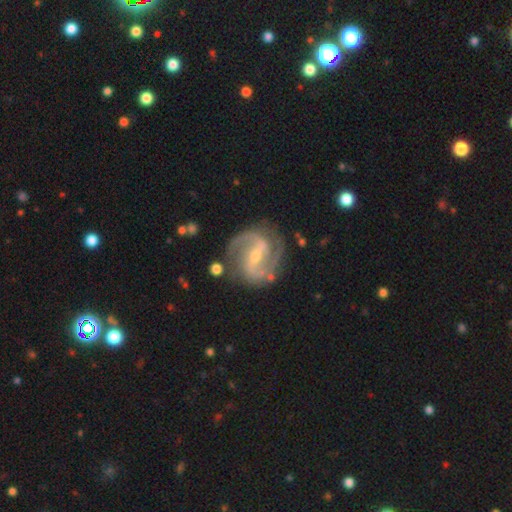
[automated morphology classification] A featured or disk galaxy (92%) with a strong bar (54%), 2 (90%) medium (58%) spiral arms (98%) and a small central bulge (62%). Merging: none (79%).